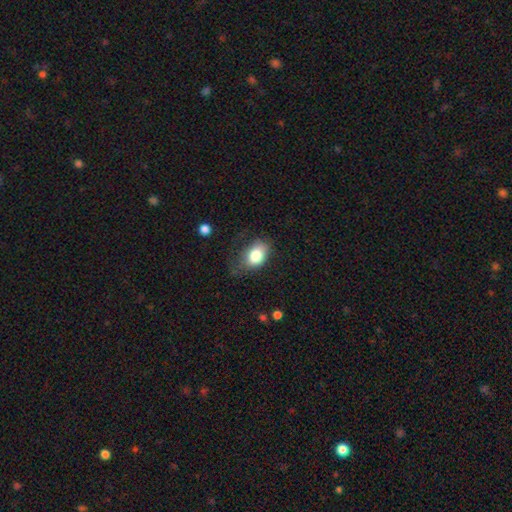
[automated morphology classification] Smooth or featured: smooth — 80% (featured or disk — 11%)
How rounded: in between — 80% (round — 18%)
Merging: none — 54% (minor disturbance — 29%)